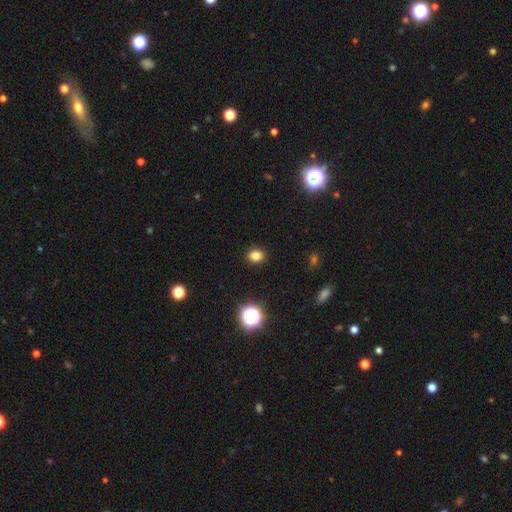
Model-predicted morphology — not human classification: type=smooth (81%); roundness=round (64%); merging=none (91%).